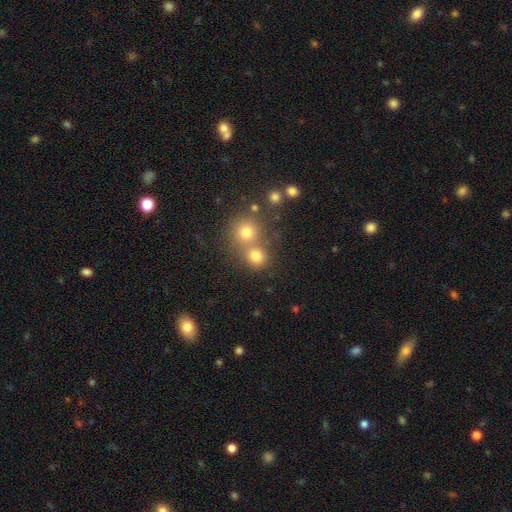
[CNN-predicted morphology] Smooth or featured? Predicted: smooth (p=0.76). How rounded? Predicted: round (p=0.83). Merging? Predicted: none (p=0.51).